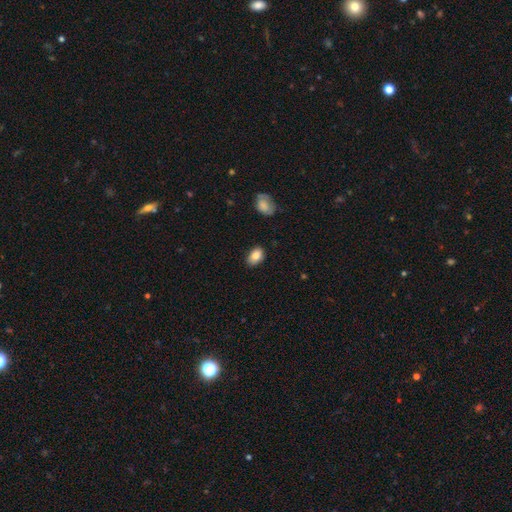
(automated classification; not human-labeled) Smooth or featured? Predicted: smooth (p=0.85). How rounded? Predicted: in between (p=0.87). Merging? Predicted: none (p=0.82).